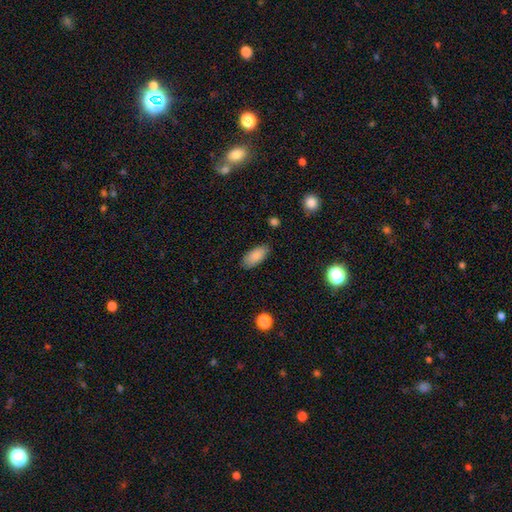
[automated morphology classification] Smooth or featured? smooth (88%)
How rounded? in between (89%)
Merging? none (85%)